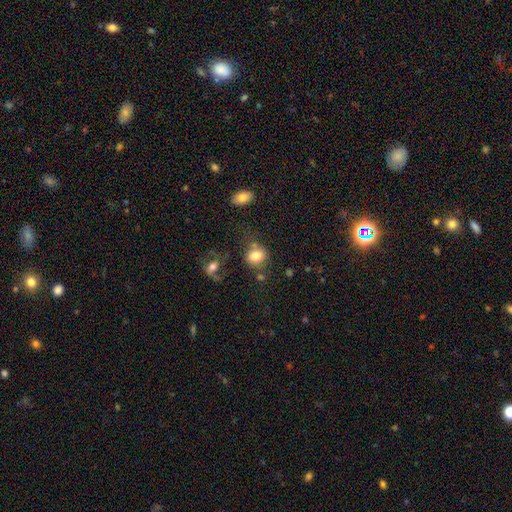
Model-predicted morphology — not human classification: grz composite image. It shows a smooth galaxy with no disk features (79%) that is round (50%). Merging: none (56%).